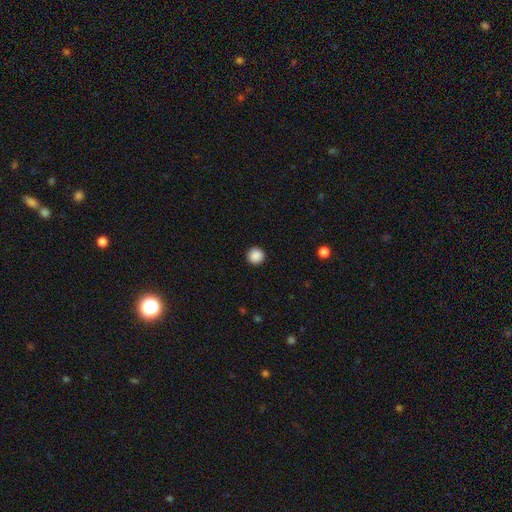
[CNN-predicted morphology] This appears to be a smooth galaxy with no disk features (89%) that is round (96%). Merging: none (93%).